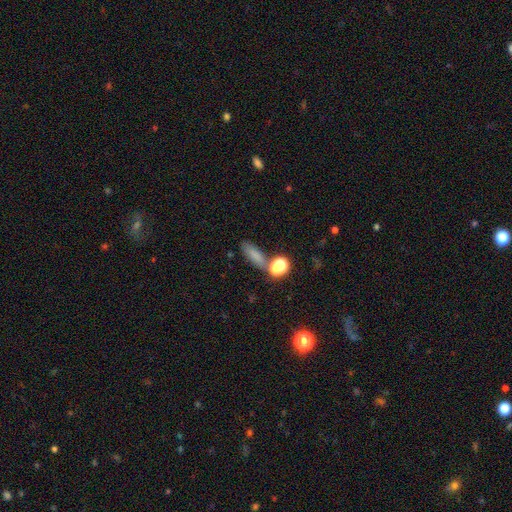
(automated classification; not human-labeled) The model was most divided on "how rounded": in between: 50%, cigar-shaped: 38%, round: 12%. More confident: smooth or featured — smooth (74%); merging — none (62%).